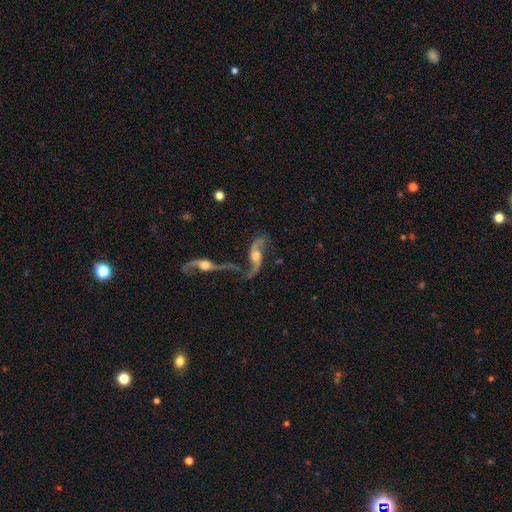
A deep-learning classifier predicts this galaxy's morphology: Smooth or featured? featured or disk (84%)
Edge-on disk? no (89%)
Bar? no (57%)
Spiral arms? yes (94%)
Spiral winding? loose (82%)
Spiral arm count? 2 (91%)
Bulge size? moderate (56%)
Merging? merger (40%)